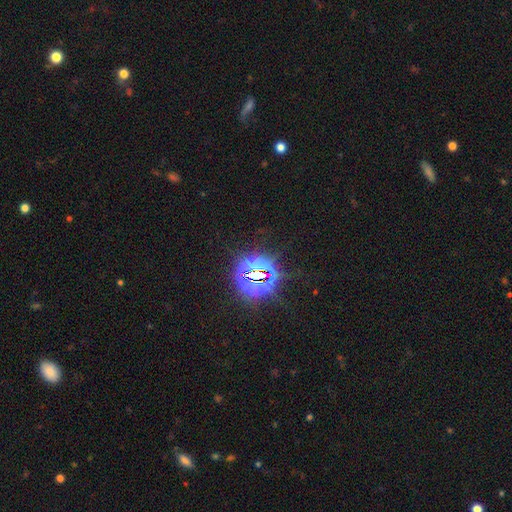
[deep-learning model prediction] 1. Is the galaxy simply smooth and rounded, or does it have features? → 84% star or artifact, 10% smooth, 6% featured or disk.